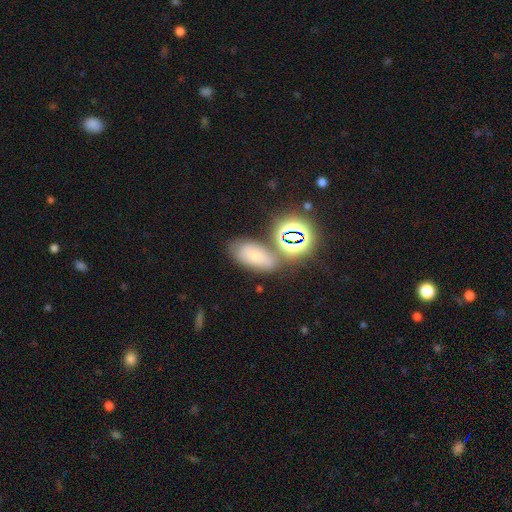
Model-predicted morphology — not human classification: Smooth or featured? smooth (48%)
Merging? none (62%)